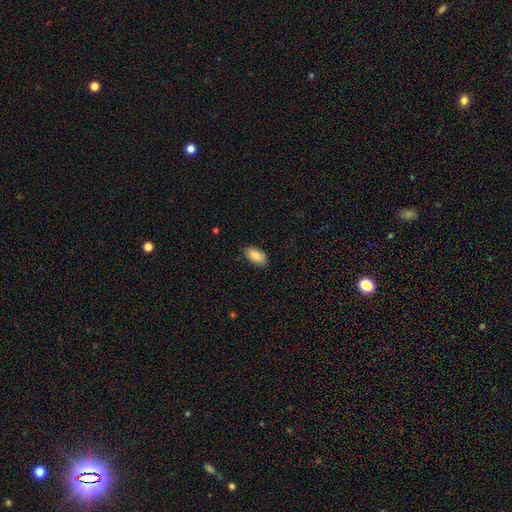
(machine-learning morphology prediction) smooth_or_featured: smooth (p=0.86) [alt: featured or disk p=0.08]
how_rounded: in between (p=0.94) [alt: round p=0.03]
merging: none (p=0.85) [alt: minor disturbance p=0.12]